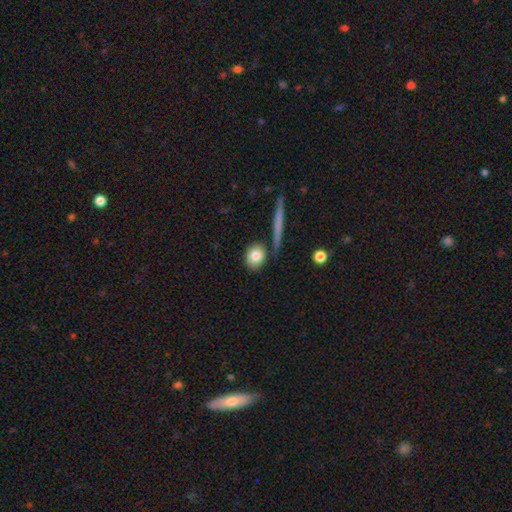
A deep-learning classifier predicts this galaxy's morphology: smooth-or-featured: smooth: 82% | featured or disk: 11% | star or artifact: 7%
  how-rounded: round: 55% | in between: 40% | cigar-shaped: 5%
  merging: none: 73% | minor disturbance: 14% | merger: 9% | major disturbance: 5%